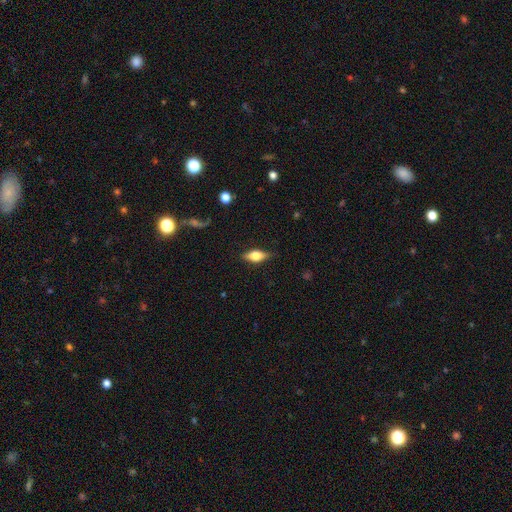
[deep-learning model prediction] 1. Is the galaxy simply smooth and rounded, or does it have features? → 50% smooth, 43% featured or disk, 8% star or artifact.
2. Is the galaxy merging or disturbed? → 84% none, 12% minor disturbance, 3% major disturbance, 1% merger.